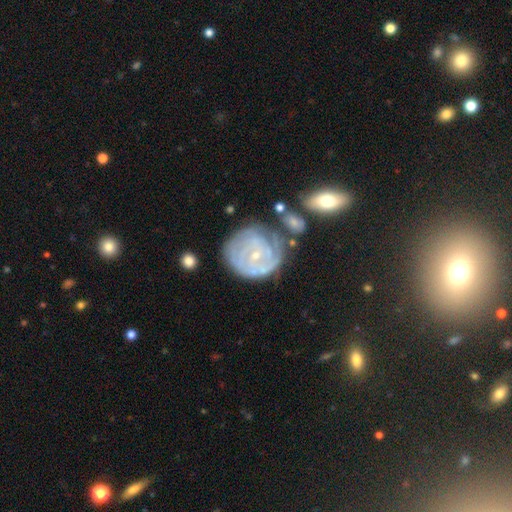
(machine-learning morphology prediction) This is clearly a featured or disk galaxy (81%). It is clearly not viewed edge-on (98%). Bar: likely no (68%). Spiral arm pattern: clearly yes (89%). Spiral arm count: possibly can't tell (45%). Spiral winding: likely tight (77%). Central bulge: likely small (80%). Merging: possibly none (53%).